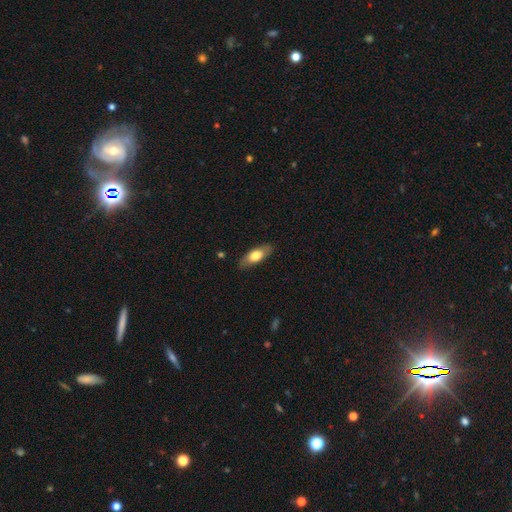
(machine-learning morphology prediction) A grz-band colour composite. It shows a smooth galaxy with no disk features (67%) that is in between round and cigar-shaped (74%). Merging: none (84%).